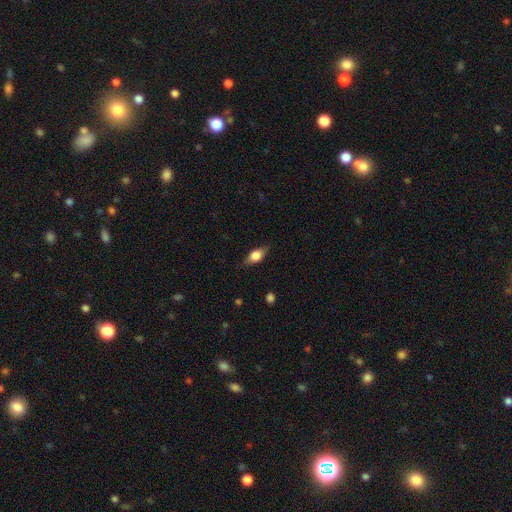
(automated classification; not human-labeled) smooth-or-featured: smooth: 56% | featured or disk: 36% | star or artifact: 8%
  how-rounded: in between: 75% | cigar-shaped: 14% | round: 11%
  merging: none: 80% | minor disturbance: 15% | major disturbance: 4% | merger: 1%